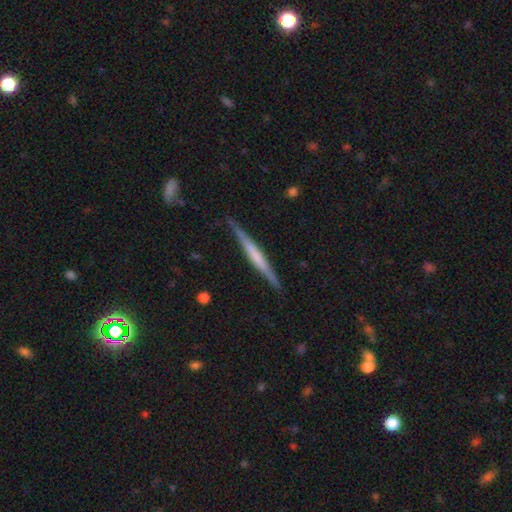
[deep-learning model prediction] Morphology: type=featured or disk (63%); edge-on=yes (97%); edge-on bulge=none (49%); merging=none (85%).